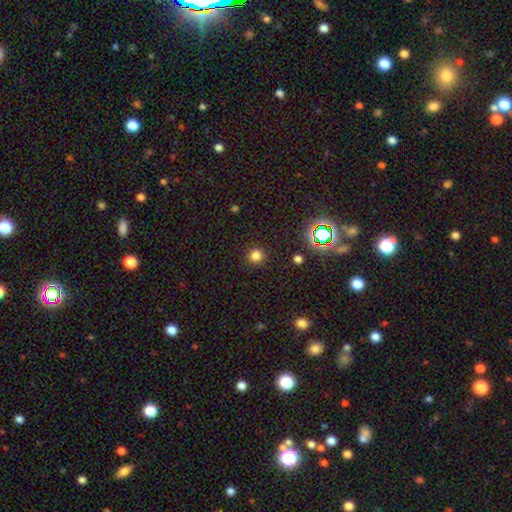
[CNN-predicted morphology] A smooth galaxy with no disk features (78%) that is round (94%). Merging: none (91%).